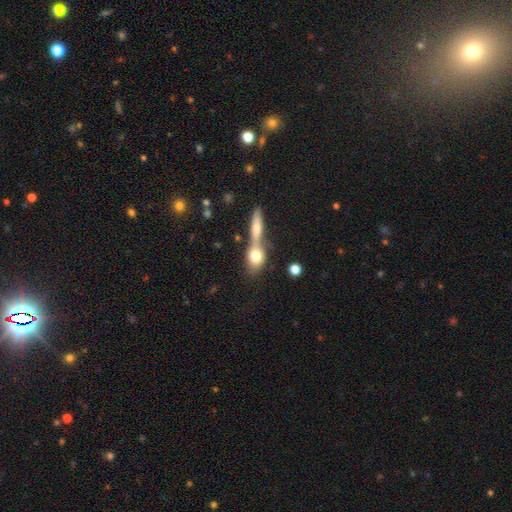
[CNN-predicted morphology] The model was most divided on "merging": merger: 54%, none: 32%, minor disturbance: 9%, major disturbance: 5%. More confident: smooth or featured — smooth (75%); how rounded — in between (56%).